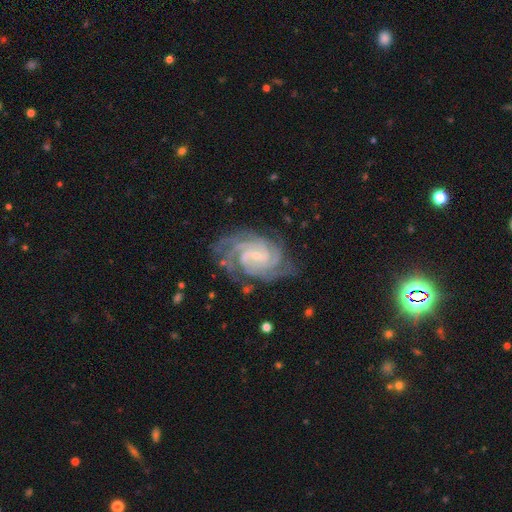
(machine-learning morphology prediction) This appears to be a featured or disk galaxy (91%) with no bar (51%), 4 (27%) tight (73%) spiral arms (99%) and a small central bulge (78%). Merging: none (73%).